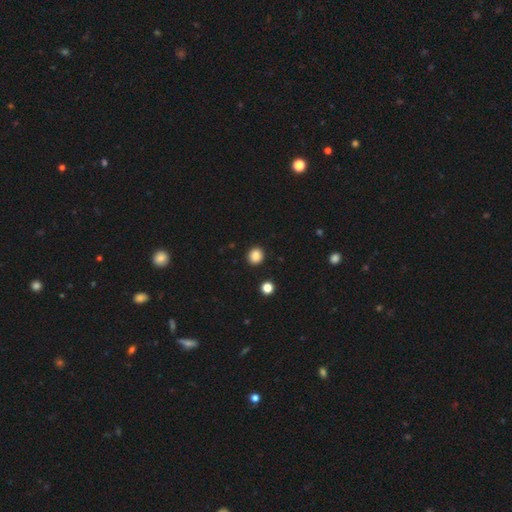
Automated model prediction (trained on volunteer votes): smooth-or-featured: smooth: 86% | star or artifact: 11% | featured or disk: 3%
  how-rounded: round: 85% | in between: 14% | cigar-shaped: 1%
  merging: none: 92% | minor disturbance: 5% | major disturbance: 2% | merger: 2%